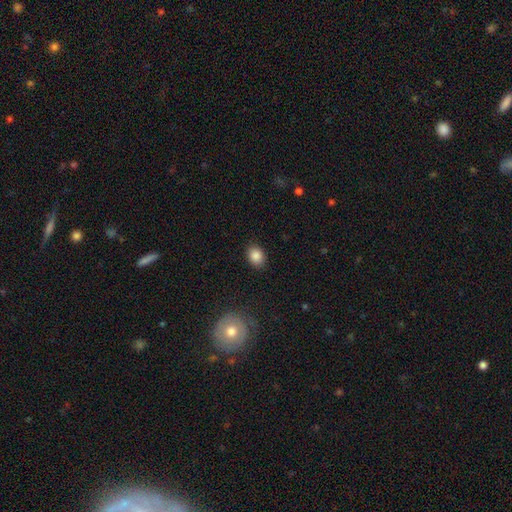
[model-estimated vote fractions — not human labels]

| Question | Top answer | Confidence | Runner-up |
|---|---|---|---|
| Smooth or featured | smooth | 87% | star or artifact (9%) |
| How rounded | in between | 61% | round (38%) |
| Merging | none | 87% | minor disturbance (9%) |